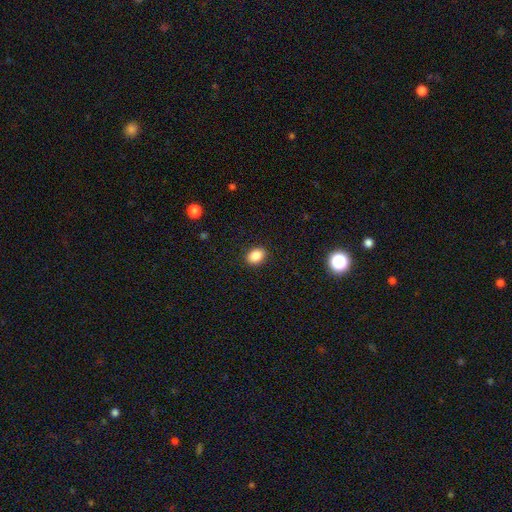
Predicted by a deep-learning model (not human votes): Smooth or featured: smooth — 87% (star or artifact — 9%)
How rounded: in between — 66% (round — 33%)
Merging: none — 90% (minor disturbance — 7%)